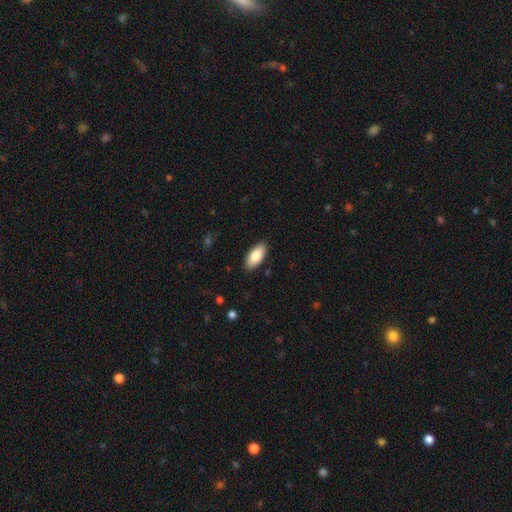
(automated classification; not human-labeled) This appears to be a smooth galaxy with no disk features (84%) that is in between round and cigar-shaped (89%). Merging: none (89%).